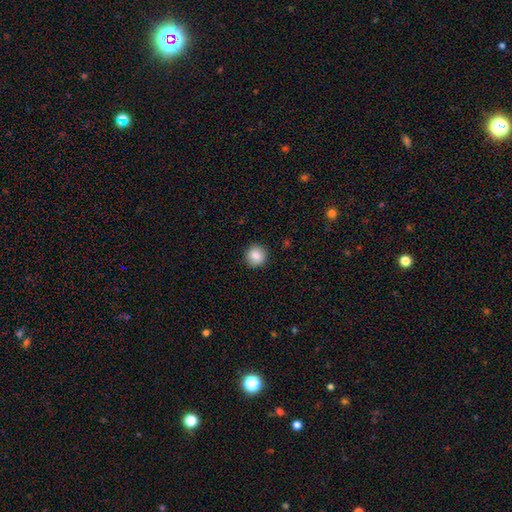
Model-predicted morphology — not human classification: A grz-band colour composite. It shows a smooth galaxy with no disk features (86%) that is round (93%). Merging: none (90%).